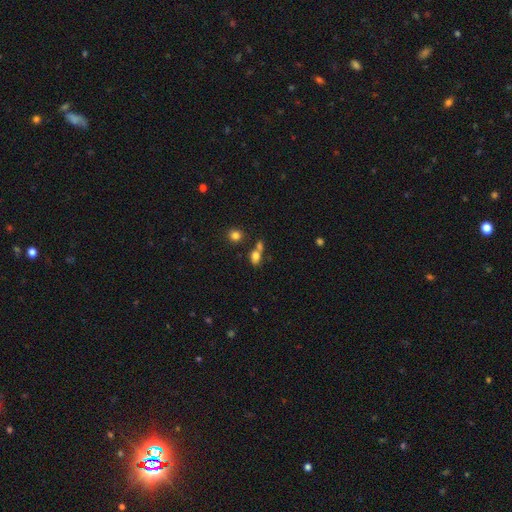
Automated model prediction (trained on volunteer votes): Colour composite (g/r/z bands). It shows a smooth galaxy with no disk features (76%) that is in between round and cigar-shaped (75%). Merging: none (45%).